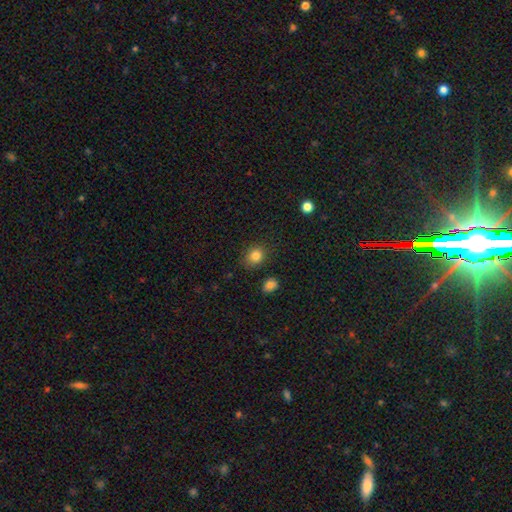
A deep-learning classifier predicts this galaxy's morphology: This is clearly a smooth galaxy (83%). How rounded: likely round (64%). Merging: clearly none (82%).